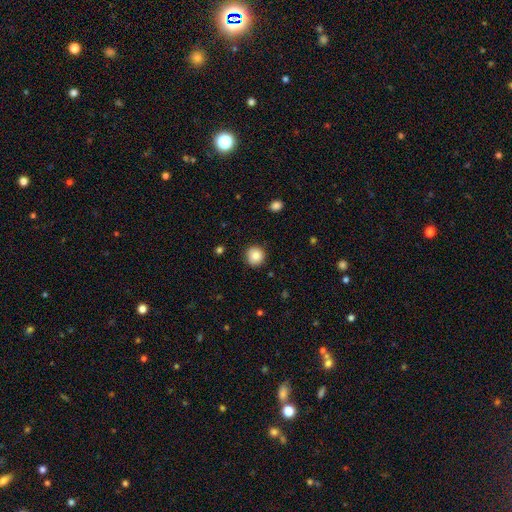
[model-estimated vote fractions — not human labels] A smooth galaxy with no disk features (85%) that is round (94%).

Vote fractions:
- Smooth or featured? smooth: 85% / star or artifact: 9% / featured or disk: 6%
- How rounded? round: 94% / in between: 5% / cigar-shaped: 1%
- Merging? none: 90% / minor disturbance: 7% / major disturbance: 2% / merger: 1%